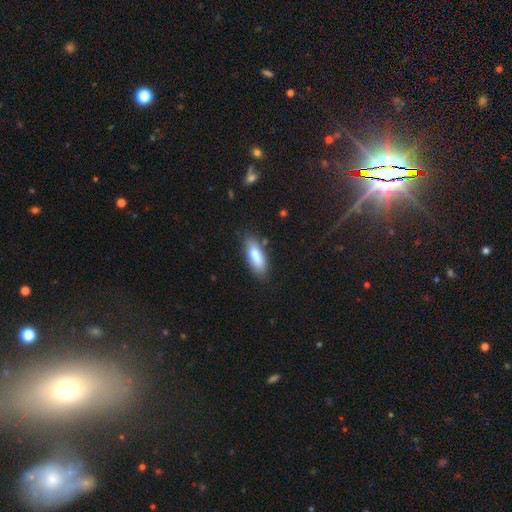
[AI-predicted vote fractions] Q: Smooth or featured?
A: smooth (81%); runner-up: featured or disk (13%)
Q: How rounded?
A: in between (72%); runner-up: cigar-shaped (26%)
Q: Merging?
A: none (80%); runner-up: minor disturbance (14%)